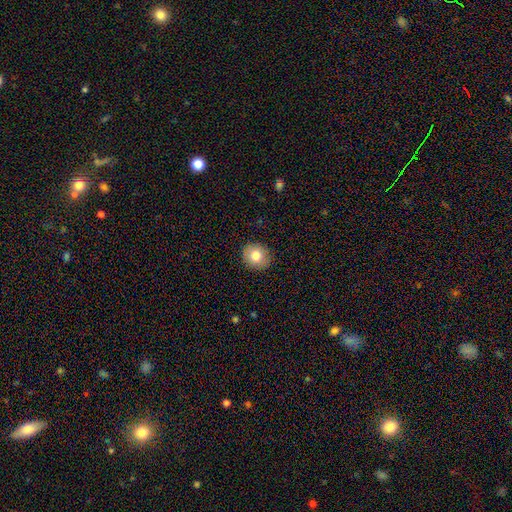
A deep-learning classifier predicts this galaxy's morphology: smooth_or_featured: smooth (p=0.80) [alt: featured or disk p=0.11]
how_rounded: round (p=0.81) [alt: in between p=0.18]
merging: none (p=0.90) [alt: minor disturbance p=0.07]